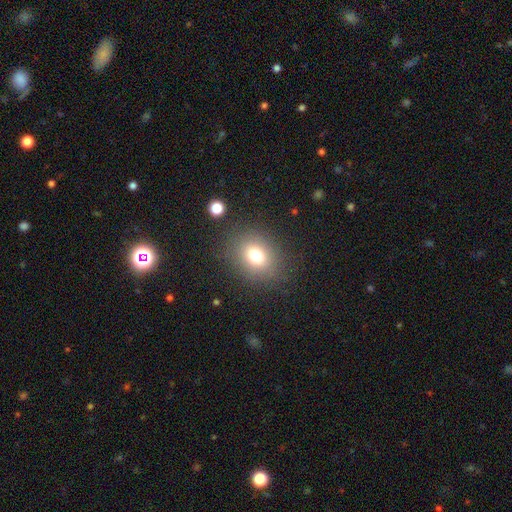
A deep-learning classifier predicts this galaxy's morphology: Overall: smooth (74%). How rounded: round (56%; in between 43%). Merging: none (83%).